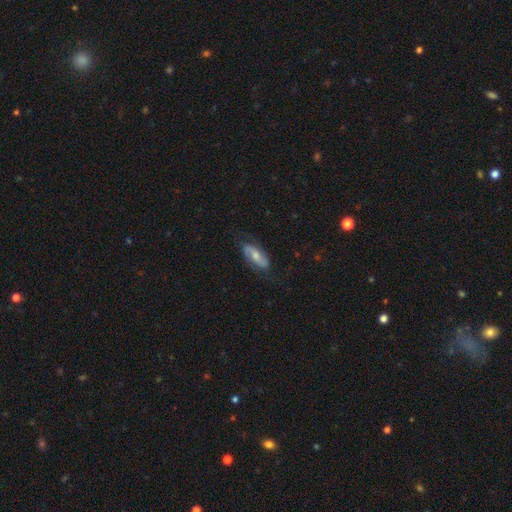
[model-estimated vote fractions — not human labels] Smooth or featured? featured or disk (56%)
Edge-on disk? no (88%)
Merging? none (74%)